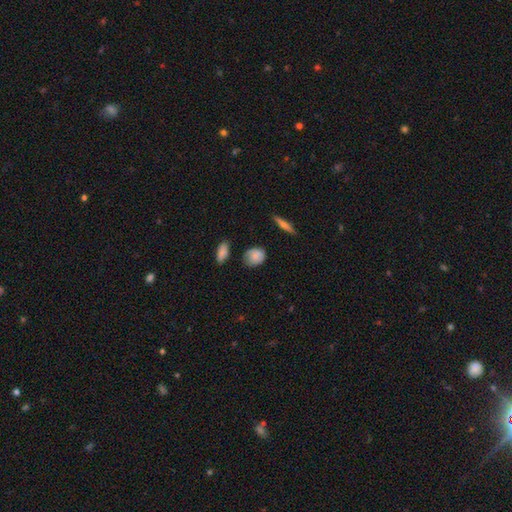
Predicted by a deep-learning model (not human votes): Morphology: type=smooth (80%); roundness=round (49%, tied with in between); merging=none (67%).